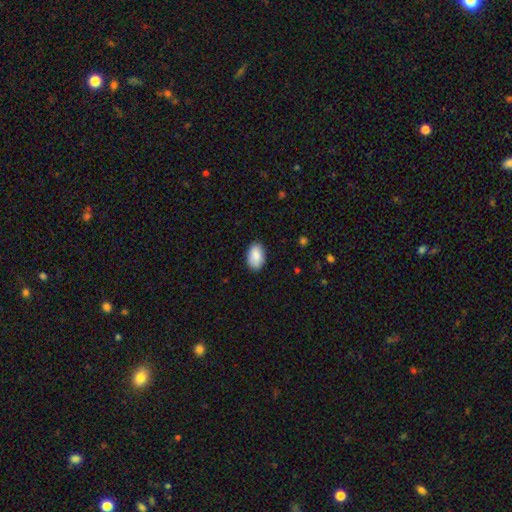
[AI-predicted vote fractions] Q: Smooth or featured?
A: smooth (89%); runner-up: star or artifact (6%)
Q: How rounded?
A: in between (93%); runner-up: round (6%)
Q: Merging?
A: none (87%); runner-up: minor disturbance (11%)